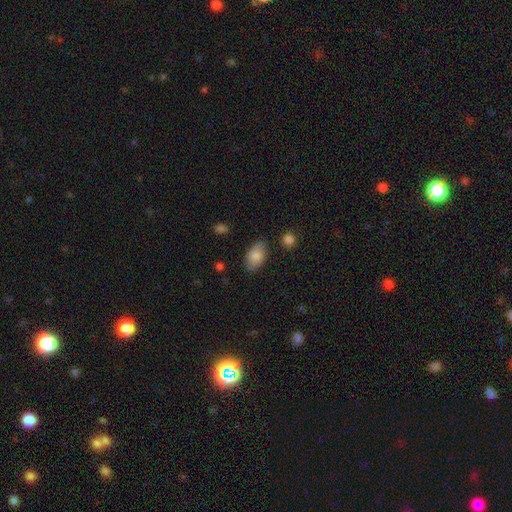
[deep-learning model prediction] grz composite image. It shows a smooth galaxy with no disk features (82%) that is in between round and cigar-shaped (92%). Merging: none (77%).